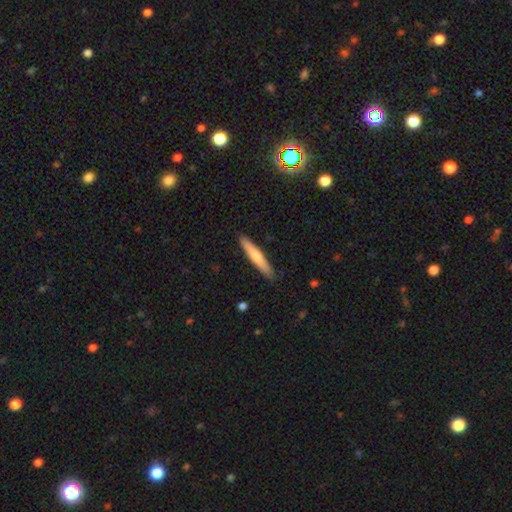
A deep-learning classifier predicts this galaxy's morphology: A smooth galaxy with no disk features (61%) that is cigar-shaped (92%). Merging: none (90%).